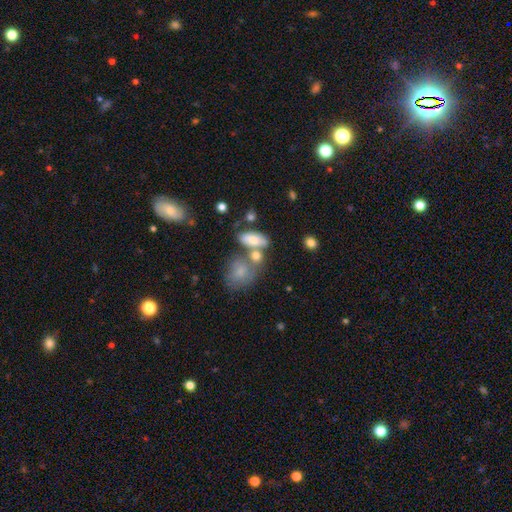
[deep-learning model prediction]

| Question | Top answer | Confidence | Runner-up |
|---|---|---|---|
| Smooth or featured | smooth | 73% | featured or disk (18%) |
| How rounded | in between | 71% | round (23%) |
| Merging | merger | 40% | none (38%) |